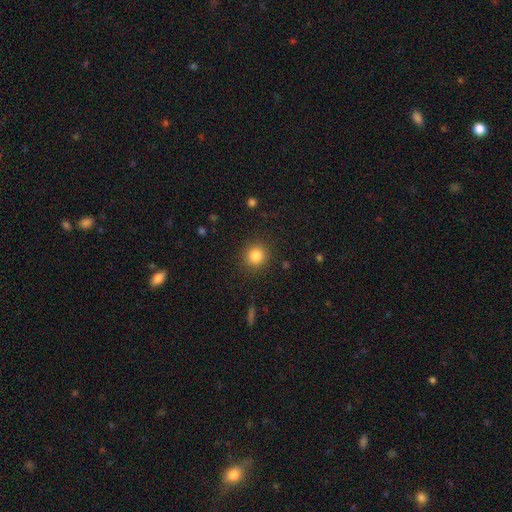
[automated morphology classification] This appears to be a smooth galaxy with no disk features (84%) that is round (90%). Merging: none (89%).